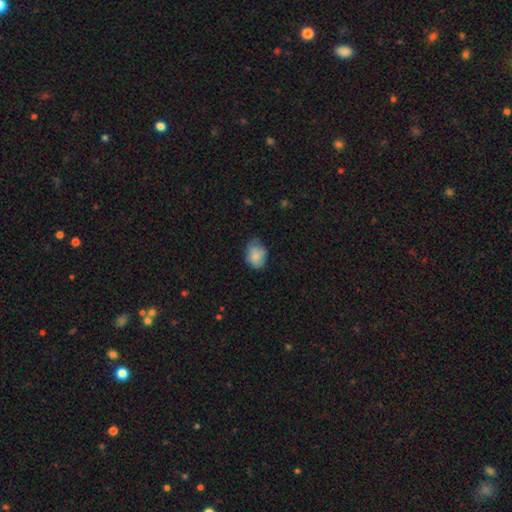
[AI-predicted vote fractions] This appears to be a smooth galaxy with no disk features (78%) that is in between round and cigar-shaped (67%). Merging: none (61%).